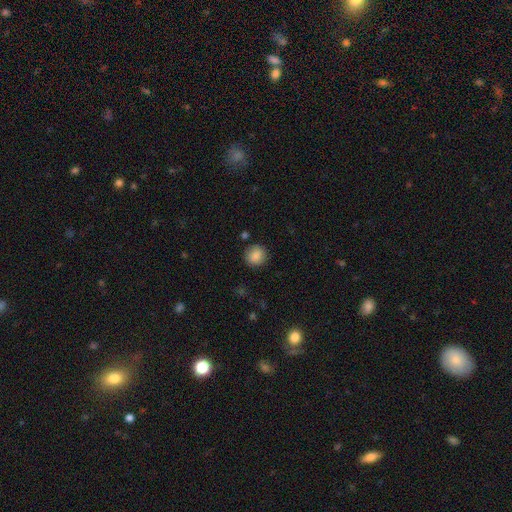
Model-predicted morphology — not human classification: Smooth or featured? smooth (86%)
How rounded? round (91%)
Merging? none (89%)